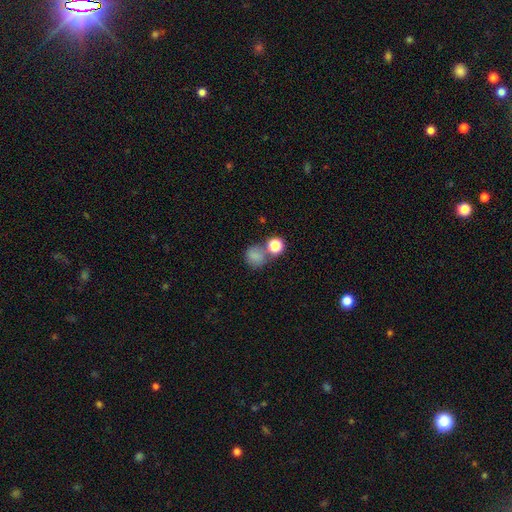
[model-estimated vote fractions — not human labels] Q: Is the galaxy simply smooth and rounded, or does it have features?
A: smooth — 78%.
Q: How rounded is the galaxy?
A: round — 83%.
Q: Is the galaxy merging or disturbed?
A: none — 56%.